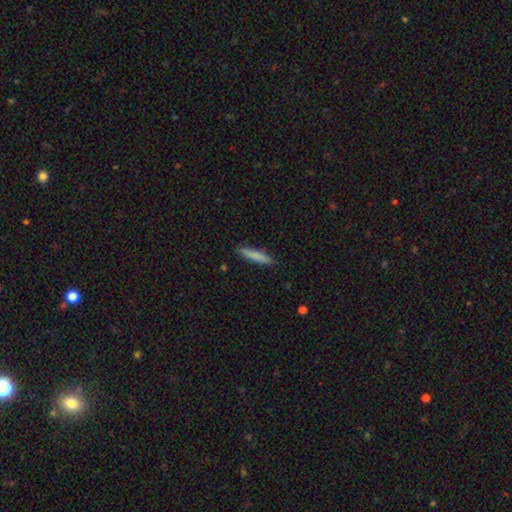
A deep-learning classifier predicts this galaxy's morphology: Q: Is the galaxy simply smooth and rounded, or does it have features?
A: smooth — 81%.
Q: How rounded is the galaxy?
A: cigar-shaped — 90%.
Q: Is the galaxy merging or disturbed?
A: none — 88%.